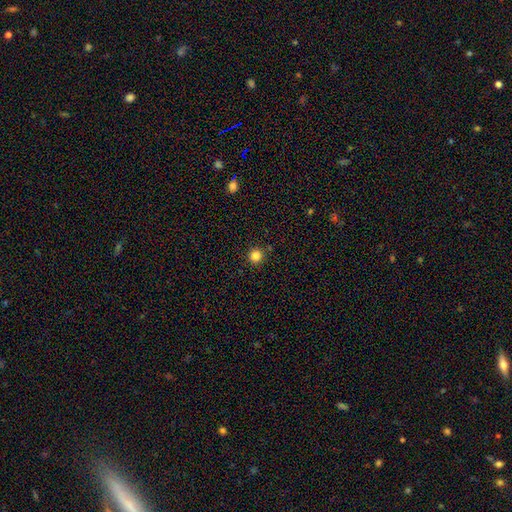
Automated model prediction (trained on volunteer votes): smooth-or-featured: smooth: 84% | star or artifact: 12% | featured or disk: 4%
  how-rounded: round: 94% | in between: 5% | cigar-shaped: 1%
  merging: none: 90% | minor disturbance: 6% | merger: 3% | major disturbance: 2%